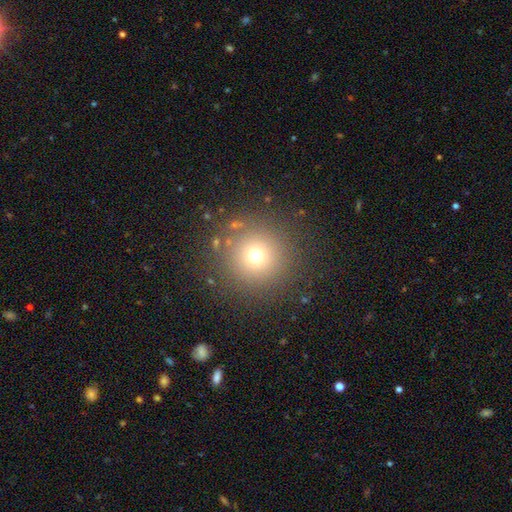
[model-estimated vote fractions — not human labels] smooth_or_featured: smooth (p=0.69) [alt: star or artifact p=0.20]
how_rounded: round (p=0.96) [alt: in between p=0.03]
merging: none (p=0.86) [alt: minor disturbance p=0.07]